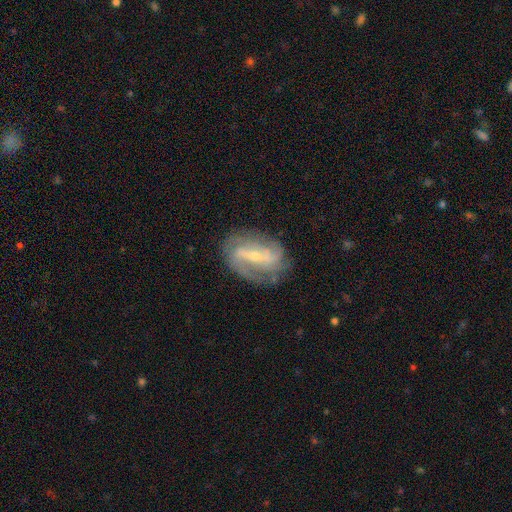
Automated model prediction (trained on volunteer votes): Q: Smooth or featured?
A: featured or disk (83%); runner-up: smooth (11%)
Q: Edge-on disk?
A: no (95%); runner-up: yes (5%)
Q: Bar?
A: strong (51%); runner-up: weak (35%)
Q: Spiral arms?
A: yes (92%); runner-up: no (8%)
Q: Spiral winding?
A: medium (42%); runner-up: tight (30%)
Q: Spiral arm count?
A: 2 (61%); runner-up: can't tell (17%)
Q: Bulge size?
A: small (66%); runner-up: moderate (29%)
Q: Merging?
A: none (72%); runner-up: minor disturbance (18%)